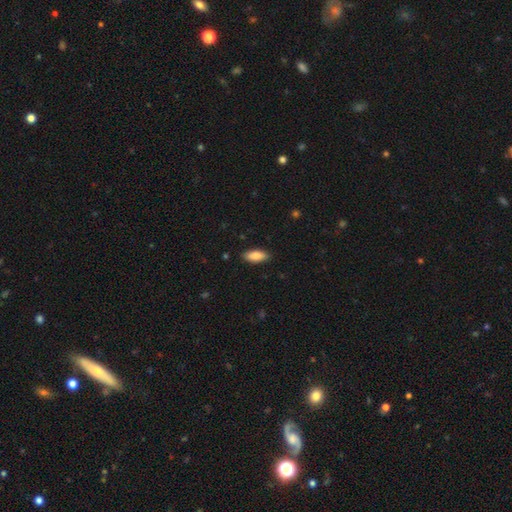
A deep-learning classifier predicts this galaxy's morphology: A smooth galaxy with no disk features (87%) that is in between round and cigar-shaped (78%). Merging: none (88%).